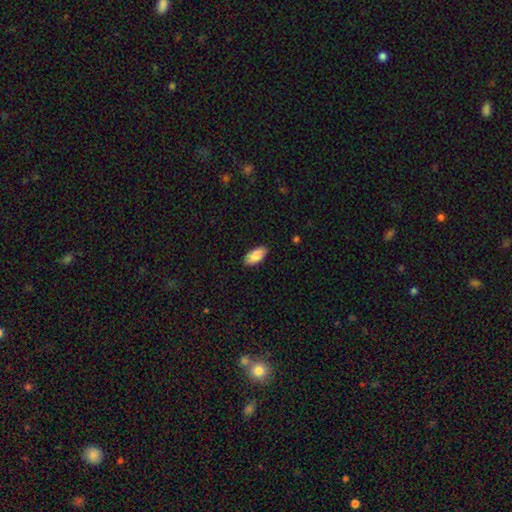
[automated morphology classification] Smooth or featured? Predicted: smooth (p=0.87). How rounded? Predicted: in between (p=0.93). Merging? Predicted: none (p=0.88).